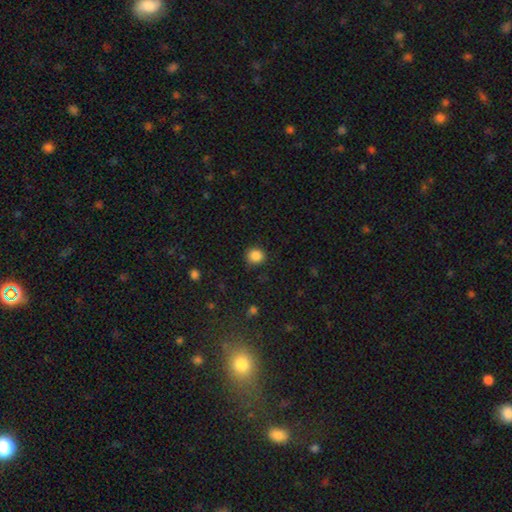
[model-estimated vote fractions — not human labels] Smooth or featured? smooth (86%)
How rounded? round (84%)
Merging? none (86%)